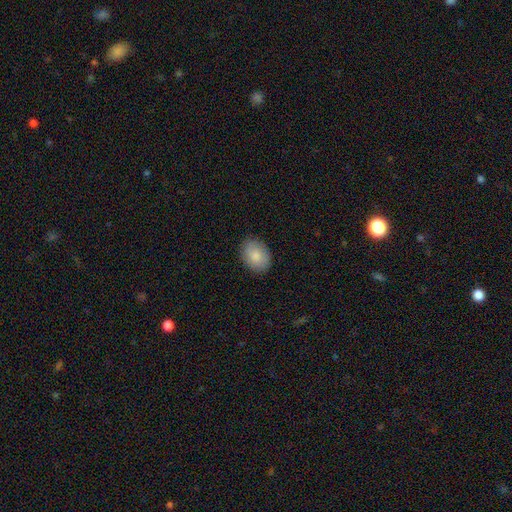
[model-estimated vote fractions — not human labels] Smooth or featured? Predicted: smooth (p=0.85). How rounded? Predicted: in between (p=0.71). Merging? Predicted: none (p=0.87).